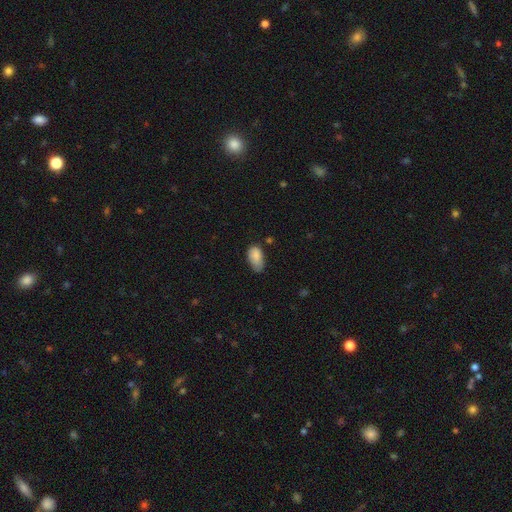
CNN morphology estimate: Q: Smooth or featured?
A: smooth (84%); runner-up: featured or disk (8%)
Q: How rounded?
A: in between (93%); runner-up: round (4%)
Q: Merging?
A: none (45%); runner-up: minor disturbance (42%)